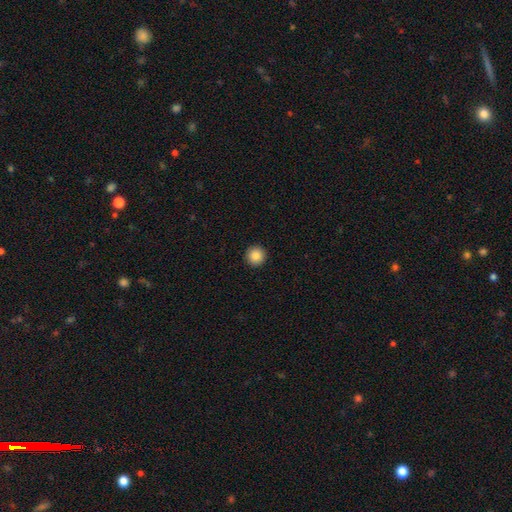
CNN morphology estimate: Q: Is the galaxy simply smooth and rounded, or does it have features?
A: smooth — 86%.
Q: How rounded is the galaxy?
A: round — 96%.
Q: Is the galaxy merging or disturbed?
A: none — 94%.